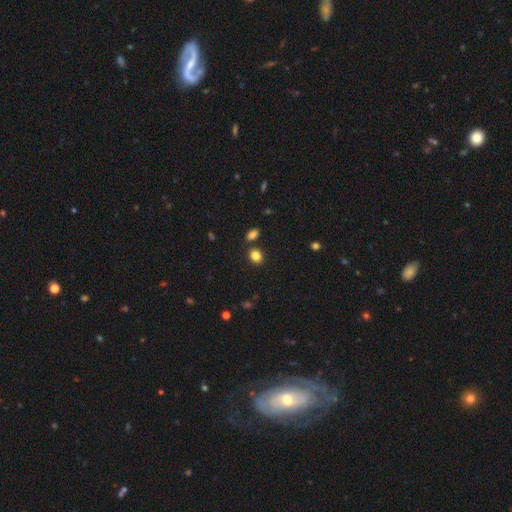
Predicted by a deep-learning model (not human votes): Smooth or featured? Predicted: smooth (p=0.84). How rounded? Predicted: in between (p=0.55). Merging? Predicted: none (p=0.80).